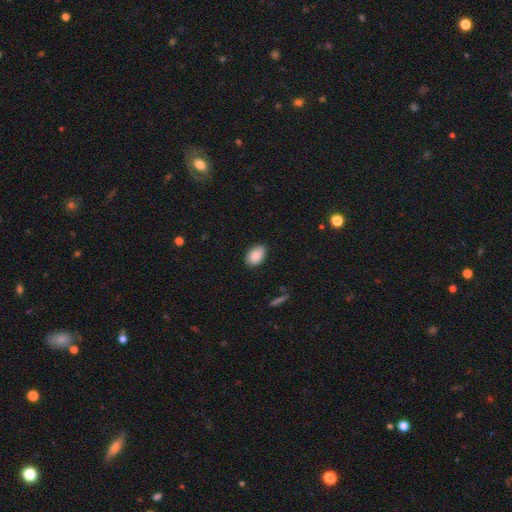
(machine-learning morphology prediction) This is clearly a smooth galaxy (87%). How rounded: clearly in between (88%). Merging: clearly none (85%).